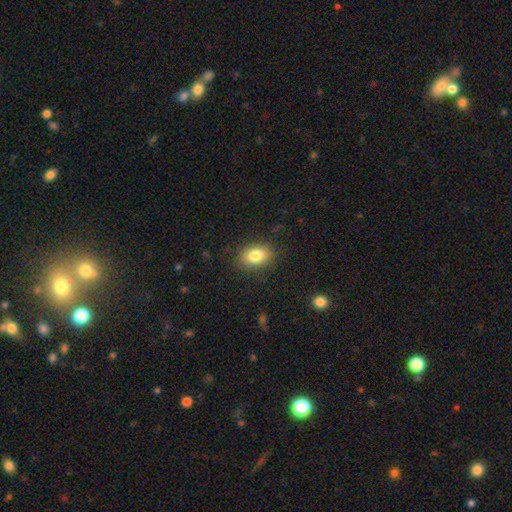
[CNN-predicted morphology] Q: Smooth or featured?
A: smooth (83%); runner-up: star or artifact (9%)
Q: How rounded?
A: in between (80%); runner-up: round (19%)
Q: Merging?
A: none (85%); runner-up: minor disturbance (10%)